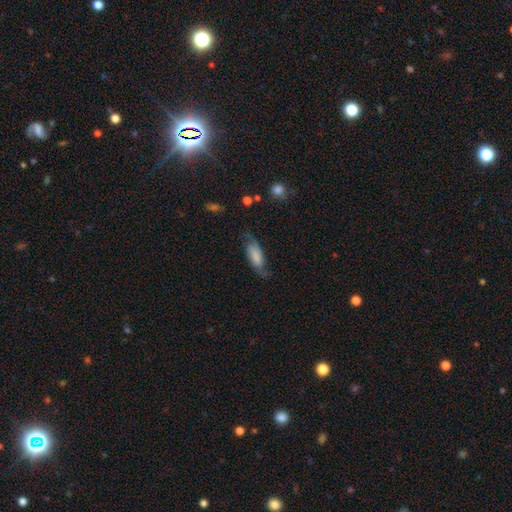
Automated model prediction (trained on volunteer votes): Smooth or featured: smooth — 50% (featured or disk — 43%)
Merging: none — 63% (minor disturbance — 24%)